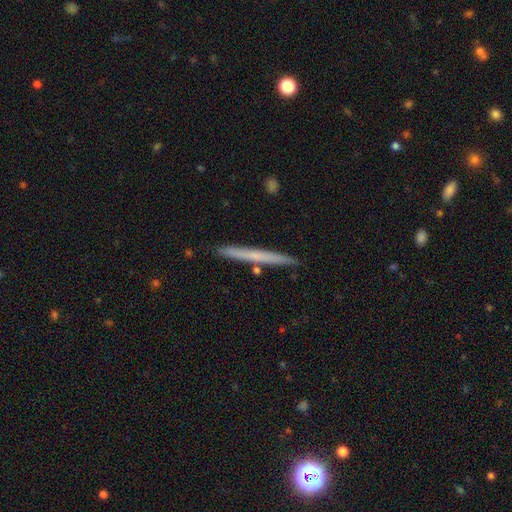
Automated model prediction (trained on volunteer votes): smooth_or_featured: smooth (p=0.54) [alt: featured or disk p=0.40]
how_rounded: cigar-shaped (p=0.97) [alt: in between p=0.02]
merging: none (p=0.90) [alt: minor disturbance p=0.07]